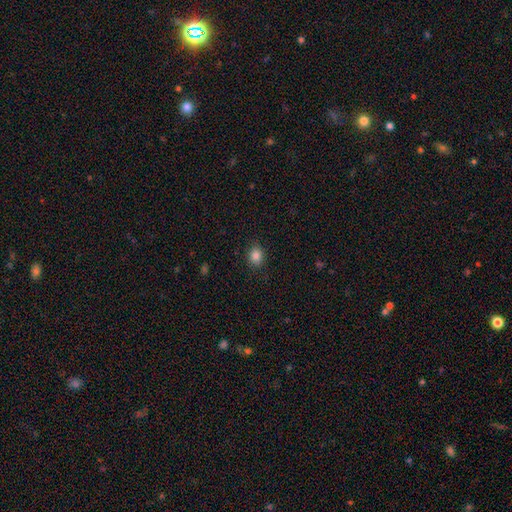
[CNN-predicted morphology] Smooth or featured?
  - smooth: 85% *
  - star or artifact: 10%
  - featured or disk: 5%
How rounded?
  - round: 56% *
  - in between: 43%
  - cigar-shaped: 1%
Merging?
  - none: 87% *
  - minor disturbance: 10%
  - major disturbance: 3%
  - merger: 1%